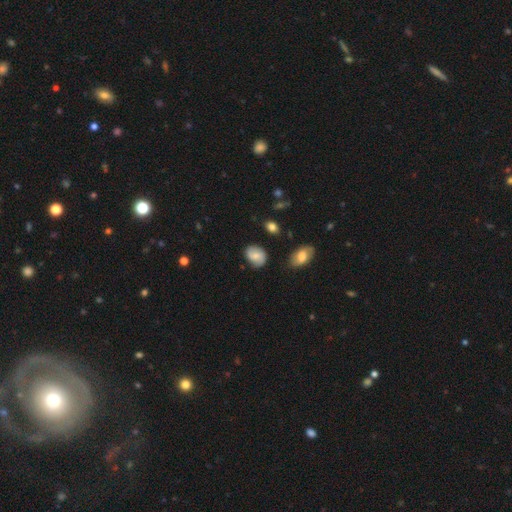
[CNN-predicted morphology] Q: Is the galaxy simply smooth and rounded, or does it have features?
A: smooth — 66%.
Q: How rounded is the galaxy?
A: in between — 66%.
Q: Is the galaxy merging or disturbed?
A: none — 76%.